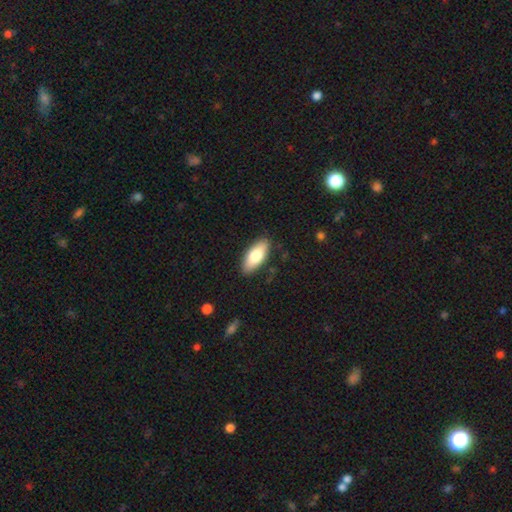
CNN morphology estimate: Overall: smooth (76%). How rounded: in between (85%). Merging: none (87%).